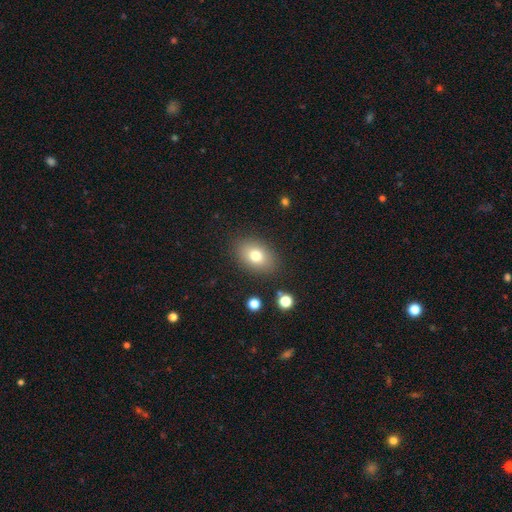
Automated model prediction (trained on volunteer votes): Smooth or featured: smooth — 76% (featured or disk — 13%)
How rounded: in between — 78% (round — 21%)
Merging: none — 86% (minor disturbance — 9%)